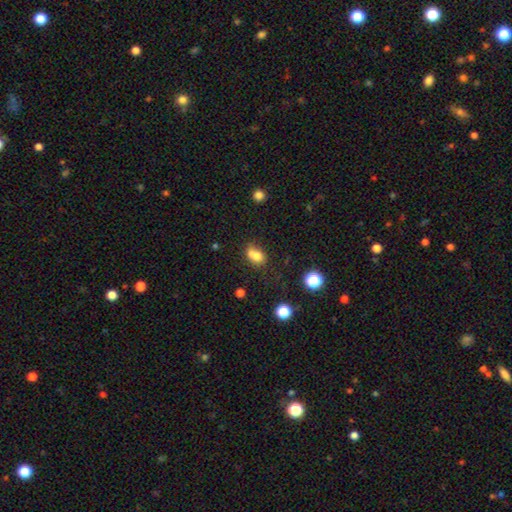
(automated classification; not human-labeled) Q: Smooth or featured?
A: smooth (74%); runner-up: featured or disk (13%)
Q: How rounded?
A: in between (62%); runner-up: round (36%)
Q: Merging?
A: merger (37%); runner-up: none (35%)